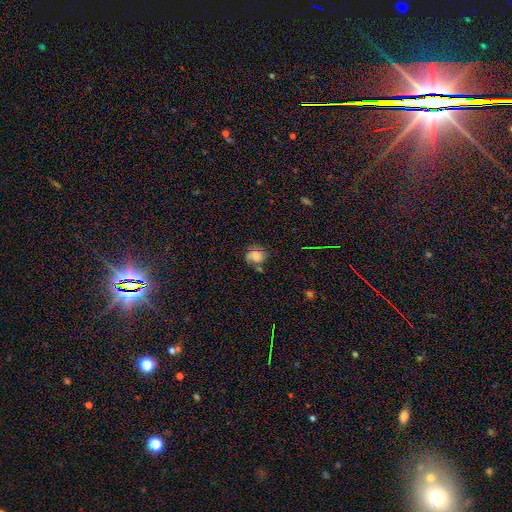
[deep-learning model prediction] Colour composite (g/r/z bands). It shows a smooth galaxy with no disk features (63%) that is round (68%). Merging: none (49%).